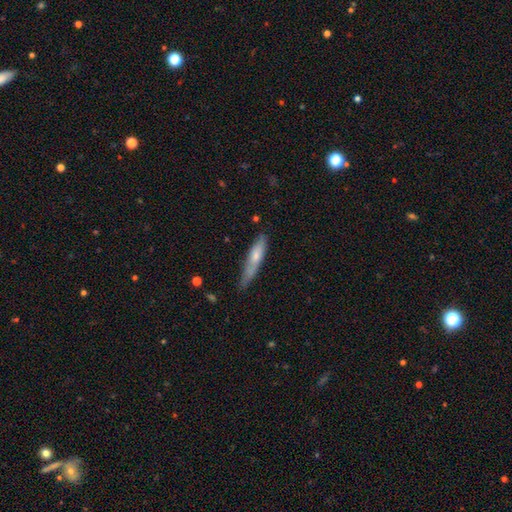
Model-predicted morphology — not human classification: Smooth or featured? smooth (60%)
How rounded? cigar-shaped (87%)
Merging? none (66%)